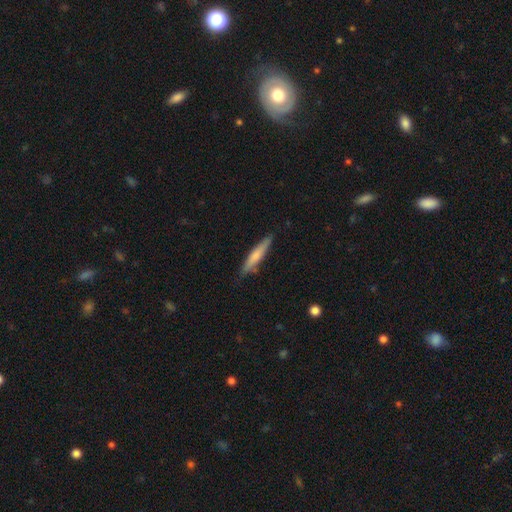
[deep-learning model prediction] This appears to be a smooth galaxy with no disk features (62%) that is cigar-shaped (91%). Merging: none (84%).